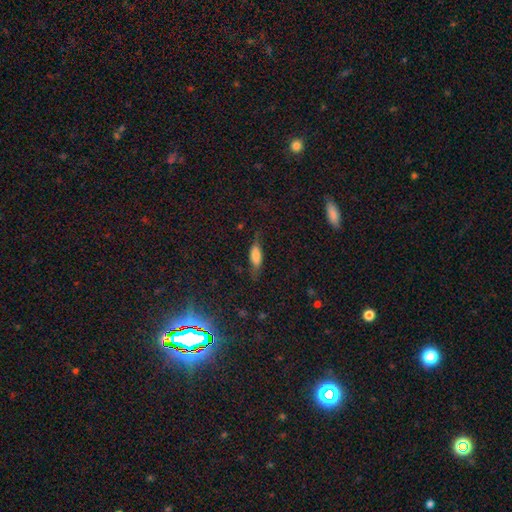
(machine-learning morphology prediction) Smooth or featured: smooth — 66% (featured or disk — 25%)
How rounded: in between — 65% (cigar-shaped — 32%)
Merging: none — 58% (minor disturbance — 27%)